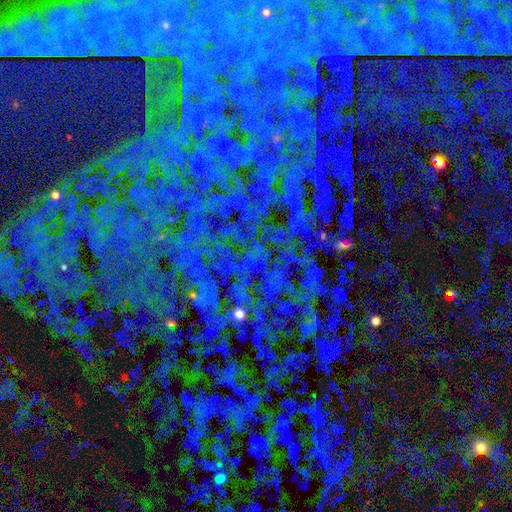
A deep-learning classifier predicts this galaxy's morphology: Smooth or featured? star or artifact (85%)